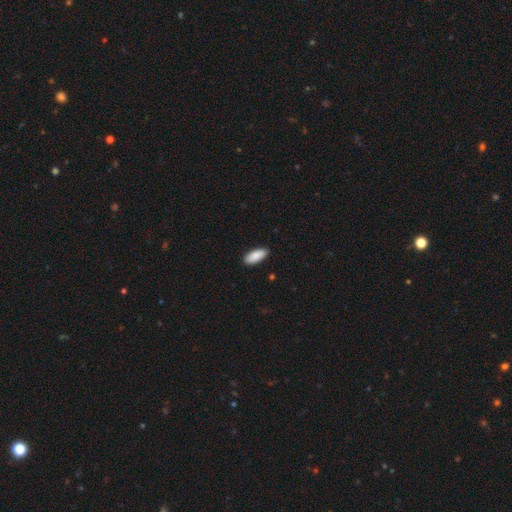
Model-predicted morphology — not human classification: Smooth or featured?
  - smooth: 90% *
  - star or artifact: 6%
  - featured or disk: 4%
How rounded?
  - in between: 86% *
  - cigar-shaped: 13%
  - round: 2%
Merging?
  - none: 89% *
  - minor disturbance: 9%
  - major disturbance: 2%
  - merger: 1%